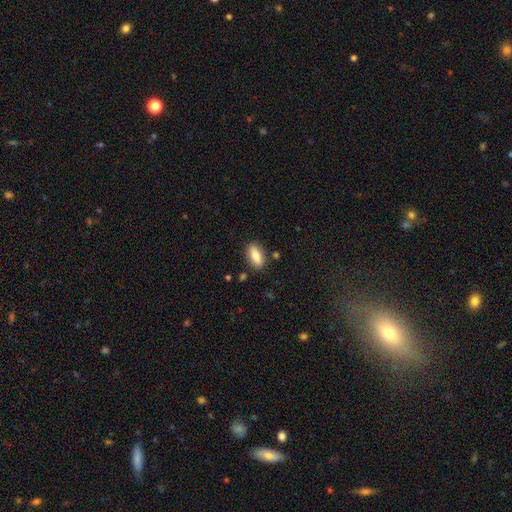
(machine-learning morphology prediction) This is likely a smooth galaxy (79%). How rounded: clearly in between (84%). Merging: clearly none (84%).